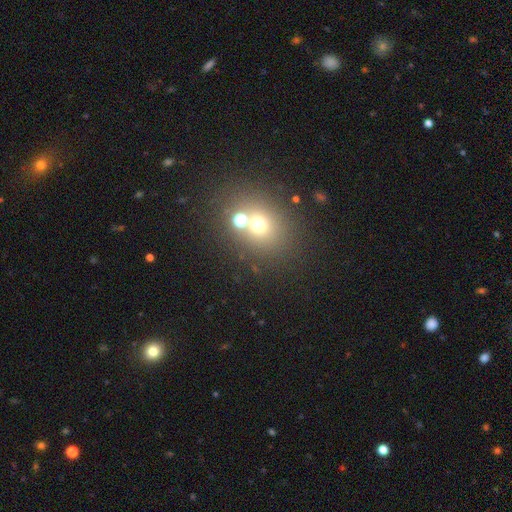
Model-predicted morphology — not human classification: Overall: smooth (54%; star or artifact 30%). How rounded: round (67%; in between 32%). Merging: none (57%; merger 31%).